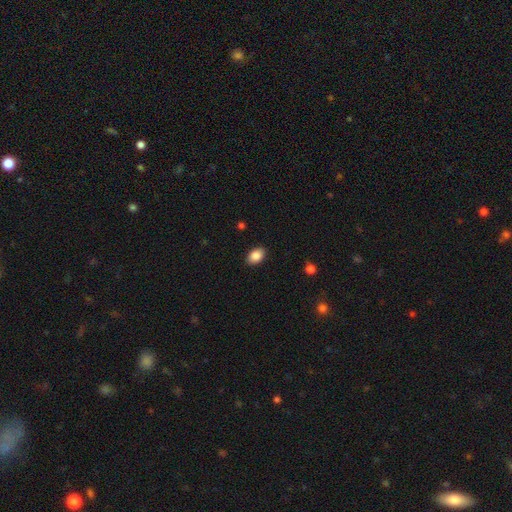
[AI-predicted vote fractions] Q: Smooth or featured?
A: smooth (88%); runner-up: star or artifact (8%)
Q: How rounded?
A: in between (86%); runner-up: round (13%)
Q: Merging?
A: none (89%); runner-up: minor disturbance (8%)